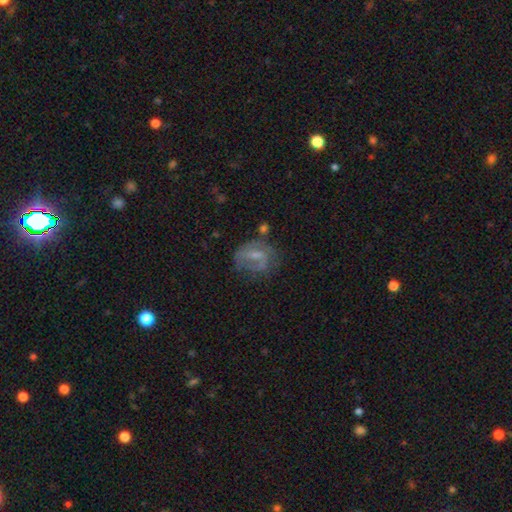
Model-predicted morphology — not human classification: A featured or disk galaxy (56%) with a weak bar (48%), spiral arms (62%) and a small central bulge (42%).

Vote fractions:
- Smooth or featured? featured or disk: 56% / smooth: 33% / star or artifact: 10%
- Edge-on disk? no: 96% / yes: 4%
- Bar? weak: 48% / no: 28% / strong: 24%
- Spiral arms? yes: 62% / no: 38%
- Bulge size? small: 42% / moderate: 28% / none: 26% / large: 3% / dominant: 1%
- Merging? none: 48% / minor disturbance: 25% / major disturbance: 21% / merger: 6%